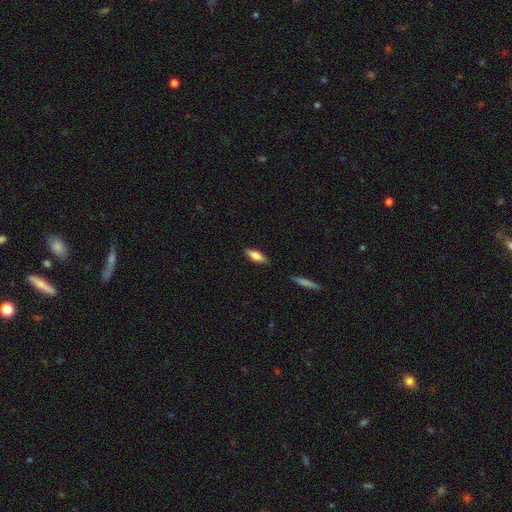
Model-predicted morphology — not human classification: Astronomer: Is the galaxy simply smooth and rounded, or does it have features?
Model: smooth — 77%.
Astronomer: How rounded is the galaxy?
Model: in between — 65%.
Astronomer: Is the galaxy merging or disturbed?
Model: none — 85%.